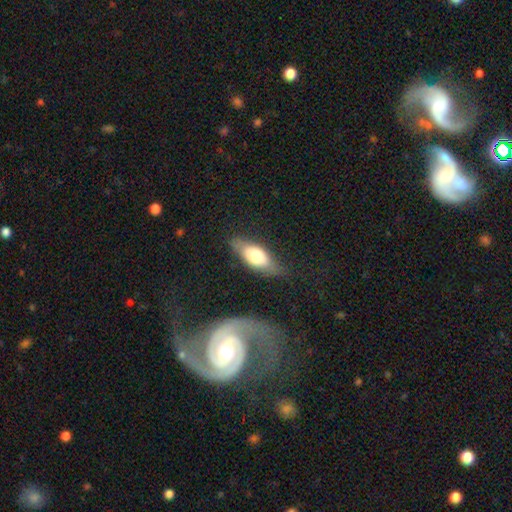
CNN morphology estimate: Overall: smooth (64%; featured or disk 30%). How rounded: in between (75%). Merging: none (73%).